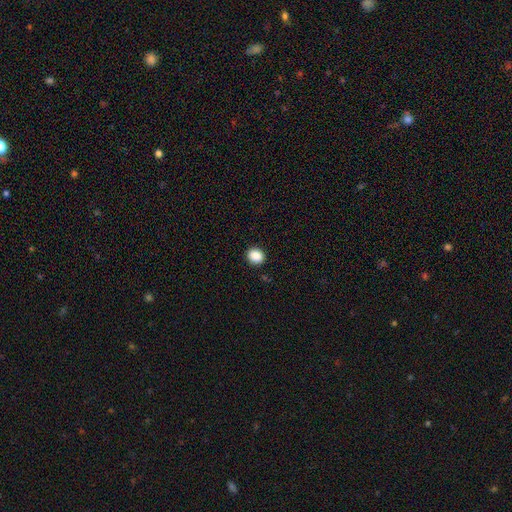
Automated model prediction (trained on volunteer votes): Overall: smooth (89%). How rounded: round (68%; in between 31%). Merging: none (91%).